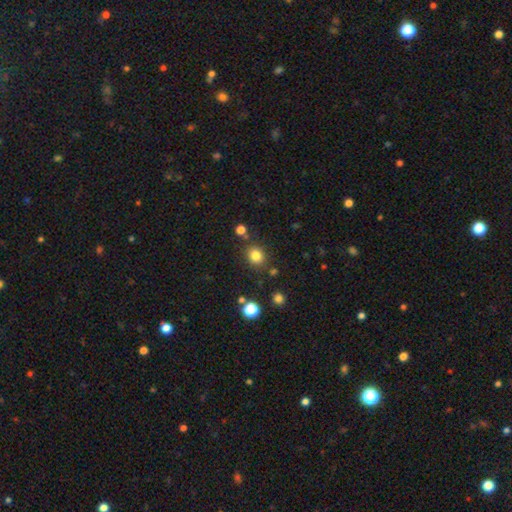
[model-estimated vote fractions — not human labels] smooth-or-featured: smooth: 82% | star or artifact: 13% | featured or disk: 5%
  how-rounded: round: 76% | in between: 24% | cigar-shaped: 1%
  merging: none: 82% | minor disturbance: 9% | merger: 5% | major disturbance: 3%